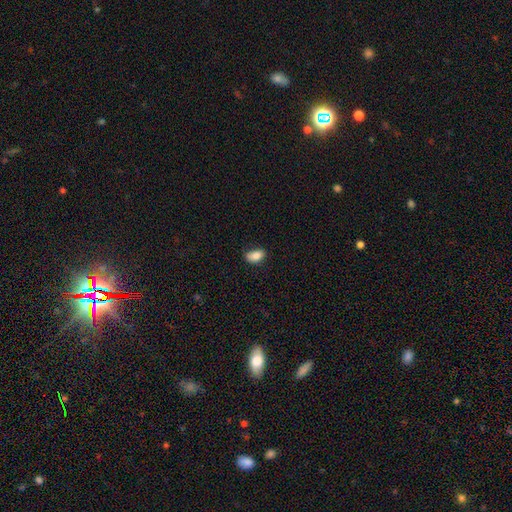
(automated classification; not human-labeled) This appears to be a smooth galaxy with no disk features (85%) that is in between round and cigar-shaped (90%). Merging: none (73%).